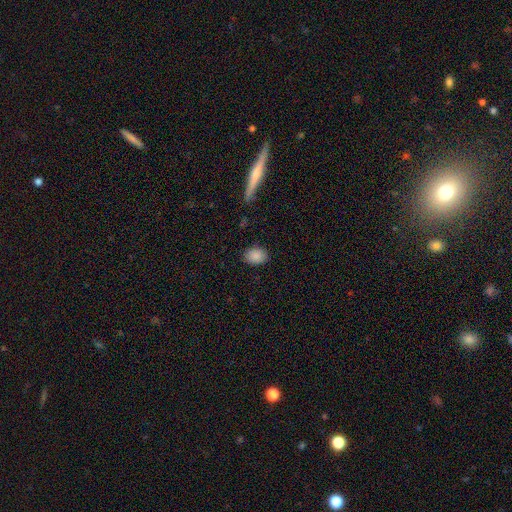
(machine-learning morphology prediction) Q: Smooth or featured?
A: smooth (88%); runner-up: star or artifact (8%)
Q: How rounded?
A: in between (63%); runner-up: round (36%)
Q: Merging?
A: none (87%); runner-up: minor disturbance (9%)